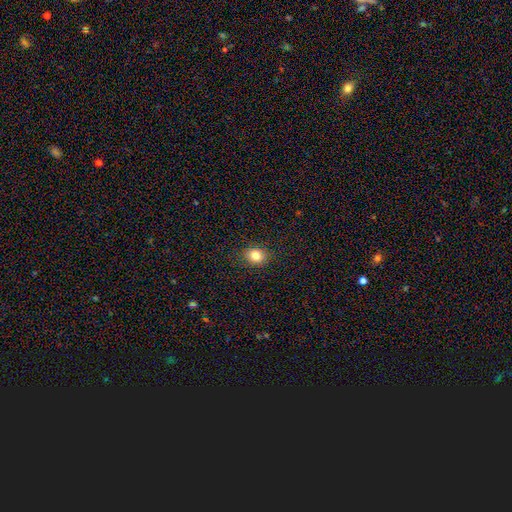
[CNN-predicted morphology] type=smooth (82%); roundness=round (52%); merging=none (89%).